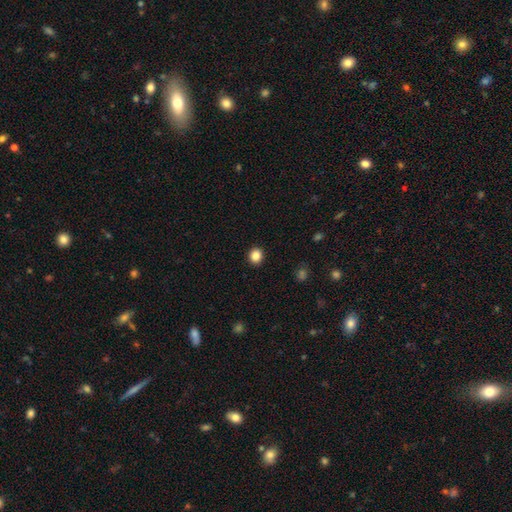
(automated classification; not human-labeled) This is clearly a smooth galaxy (86%). How rounded: likely round (80%). Merging: clearly none (92%).